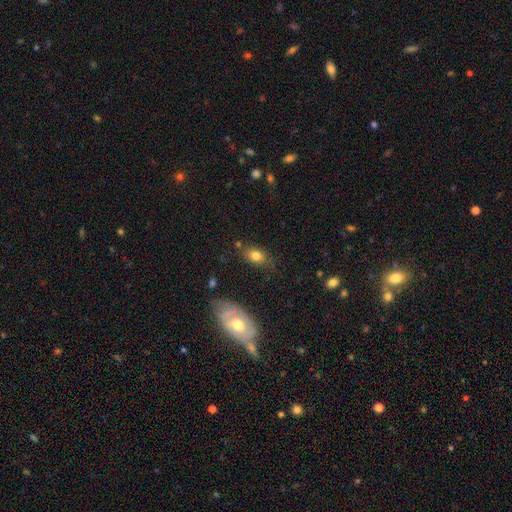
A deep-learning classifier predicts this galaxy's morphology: This appears to be a smooth galaxy with no disk features (78%) that is in between round and cigar-shaped (79%). Merging: none (71%).